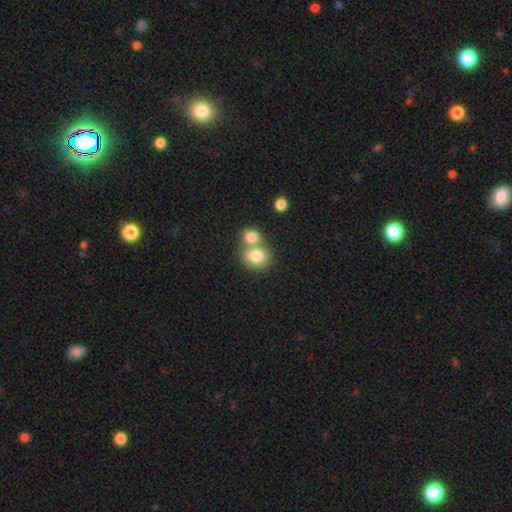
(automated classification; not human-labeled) A smooth galaxy with no disk features (80%) that is round (66%). Merging: merger (53%).